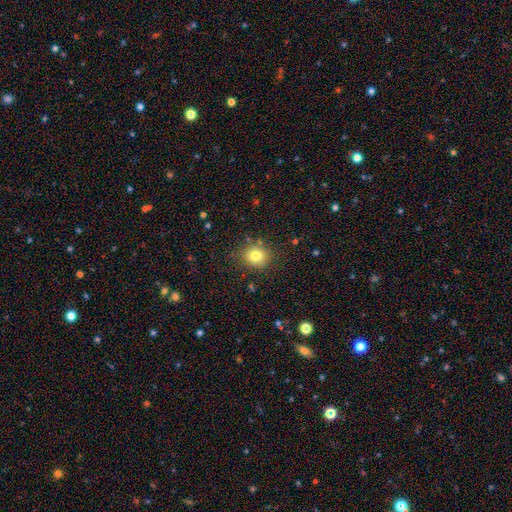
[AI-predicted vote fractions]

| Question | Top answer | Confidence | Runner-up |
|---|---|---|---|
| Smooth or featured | smooth | 78% | star or artifact (13%) |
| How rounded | round | 81% | in between (18%) |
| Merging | none | 84% | minor disturbance (10%) |